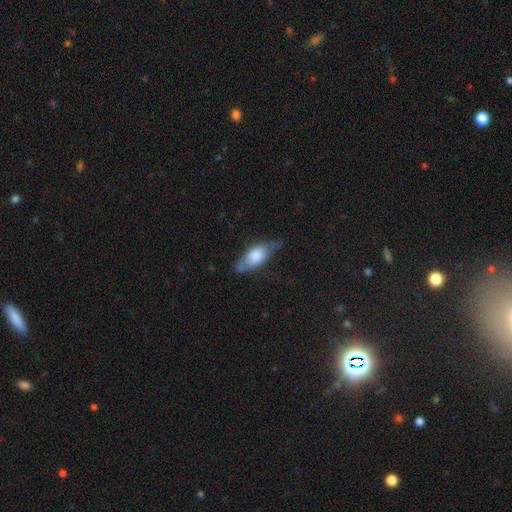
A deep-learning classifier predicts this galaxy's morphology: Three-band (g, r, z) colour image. It shows a smooth galaxy with no disk features (63%) that is in between round and cigar-shaped (74%). Merging: none (60%).